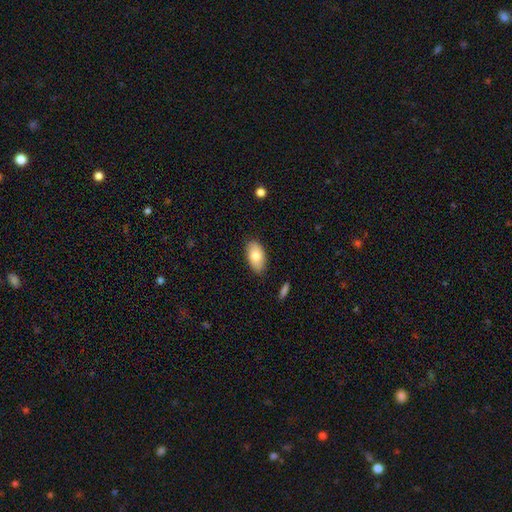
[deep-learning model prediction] Smooth or featured? Predicted: smooth (p=0.77). How rounded? Predicted: in between (p=0.94). Merging? Predicted: none (p=0.84).